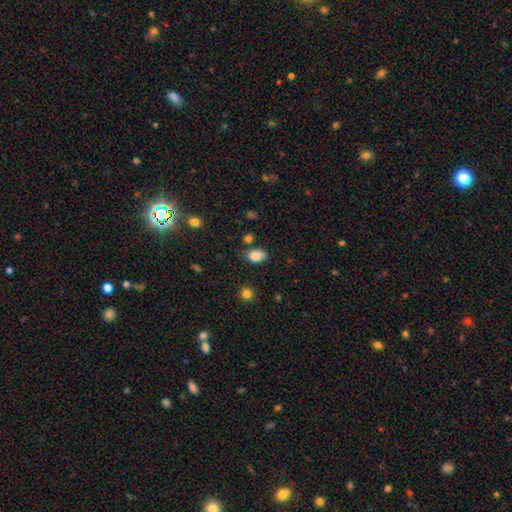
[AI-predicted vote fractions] Q: Smooth or featured?
A: smooth (85%); runner-up: star or artifact (9%)
Q: How rounded?
A: in between (87%); runner-up: round (12%)
Q: Merging?
A: none (70%); runner-up: minor disturbance (20%)